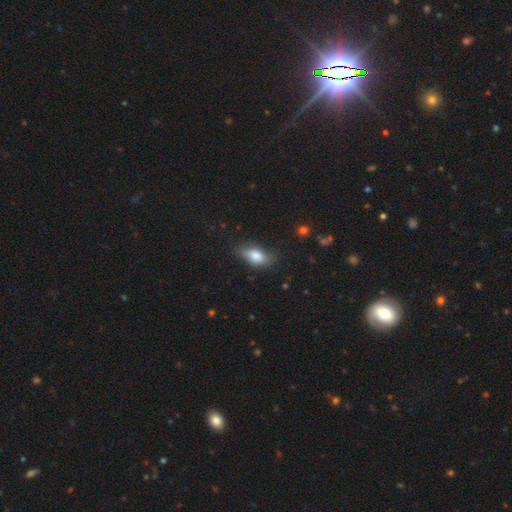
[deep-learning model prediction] This appears to be a smooth galaxy with no disk features (82%) that is in between round and cigar-shaped (87%). Merging: none (73%).